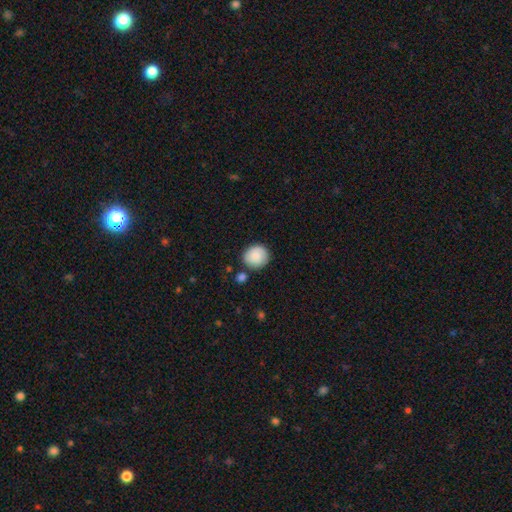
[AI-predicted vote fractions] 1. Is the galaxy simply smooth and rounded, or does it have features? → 86% smooth, 7% star or artifact, 7% featured or disk.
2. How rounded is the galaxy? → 87% round, 12% in between, 1% cigar-shaped.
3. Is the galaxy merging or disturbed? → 81% none, 11% minor disturbance, 5% merger, 3% major disturbance.